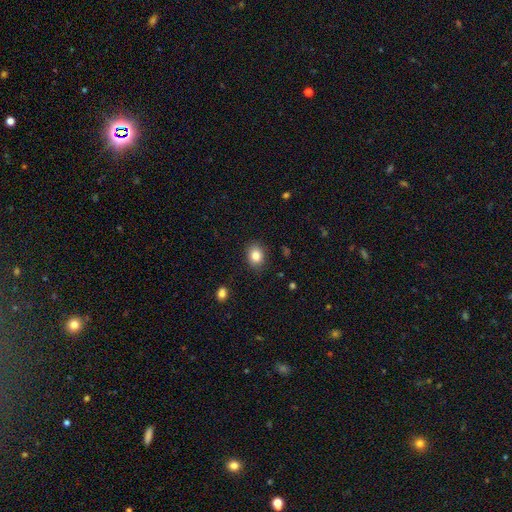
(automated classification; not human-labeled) The model was most divided on "how rounded": in between: 57%, round: 42%, cigar-shaped: 1%. More confident: merging — none (86%); smooth or featured — smooth (84%).